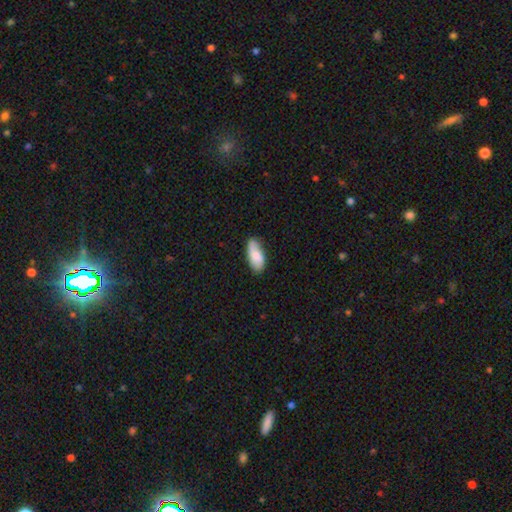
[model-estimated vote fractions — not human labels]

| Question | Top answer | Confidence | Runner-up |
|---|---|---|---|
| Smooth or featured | smooth | 79% | featured or disk (15%) |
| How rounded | in between | 86% | cigar-shaped (12%) |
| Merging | none | 74% | minor disturbance (21%) |